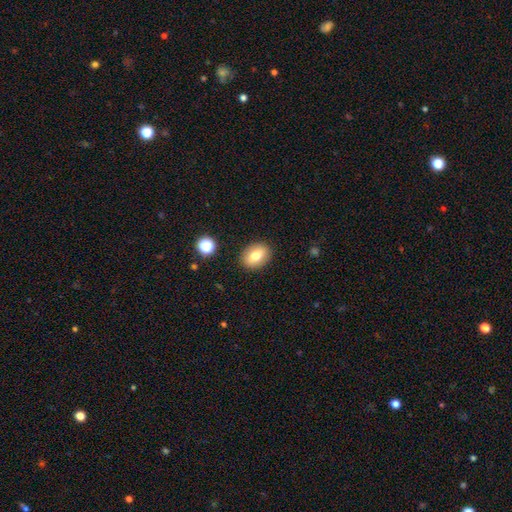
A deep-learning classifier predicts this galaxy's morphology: Overall: smooth (75%). How rounded: in between (71%). Merging: none (88%).